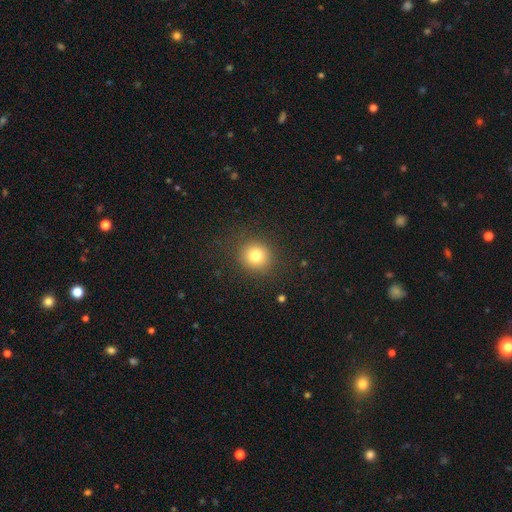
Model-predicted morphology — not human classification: A smooth galaxy with no disk features (79%) that is round (90%).

Vote fractions:
- Smooth or featured? smooth: 79% / star or artifact: 12% / featured or disk: 9%
- How rounded? round: 90% / in between: 9% / cigar-shaped: 1%
- Merging? none: 88% / minor disturbance: 8% / major disturbance: 4% / merger: 1%